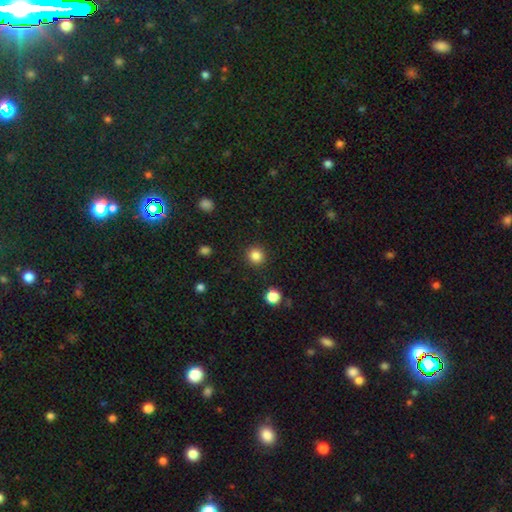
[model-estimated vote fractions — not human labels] smooth_or_featured: smooth (p=0.84) [alt: star or artifact p=0.12]
how_rounded: round (p=0.94) [alt: in between p=0.05]
merging: none (p=0.92) [alt: minor disturbance p=0.05]